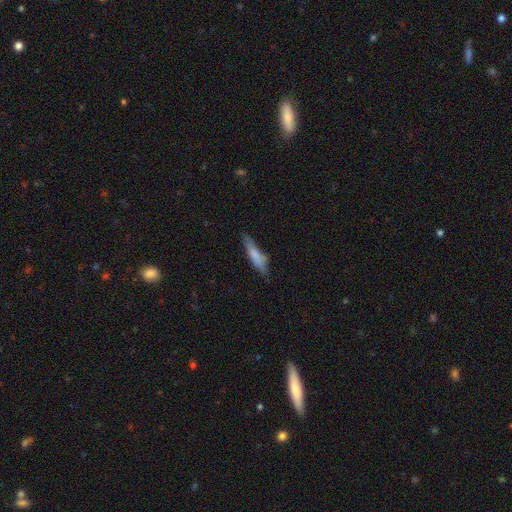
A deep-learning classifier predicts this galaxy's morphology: type=smooth (76%); roundness=cigar-shaped (77%); merging=none (66%).